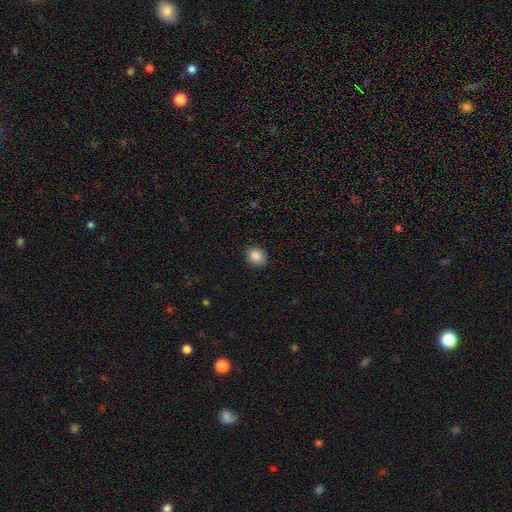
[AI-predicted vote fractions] This appears to be a smooth galaxy with no disk features (86%) that is round (53%). Merging: none (88%).